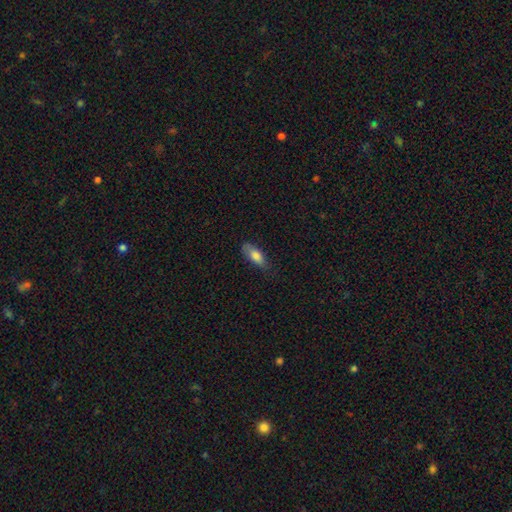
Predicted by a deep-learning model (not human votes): This is likely a smooth galaxy (78%). How rounded: likely in between (72%). Merging: likely none (68%).